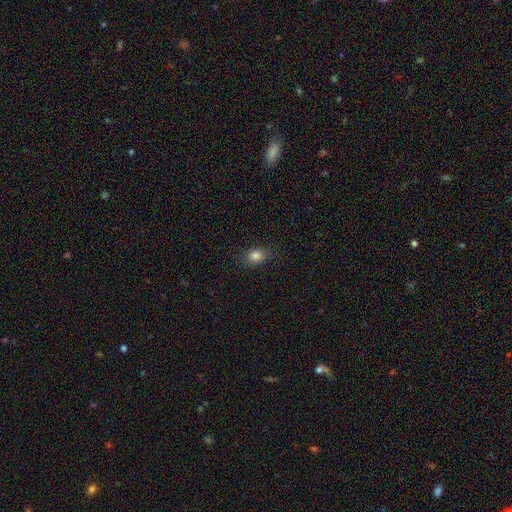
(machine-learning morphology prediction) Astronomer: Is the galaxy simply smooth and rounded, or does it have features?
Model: smooth — 83%.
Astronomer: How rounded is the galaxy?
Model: in between — 56% (runner-up: round, 42%).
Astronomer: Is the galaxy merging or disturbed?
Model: none — 81%.